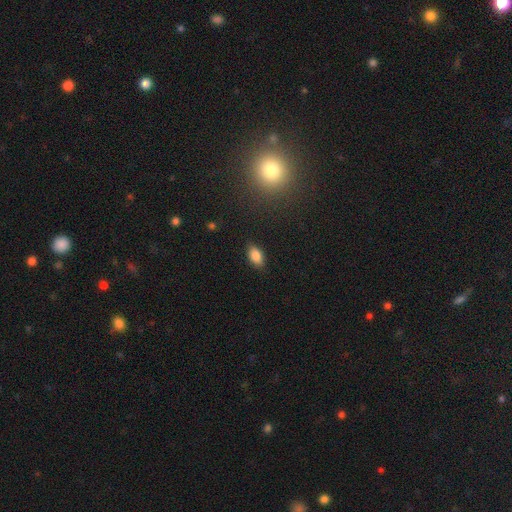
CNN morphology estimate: Smooth or featured? smooth (85%)
How rounded? in between (91%)
Merging? none (85%)